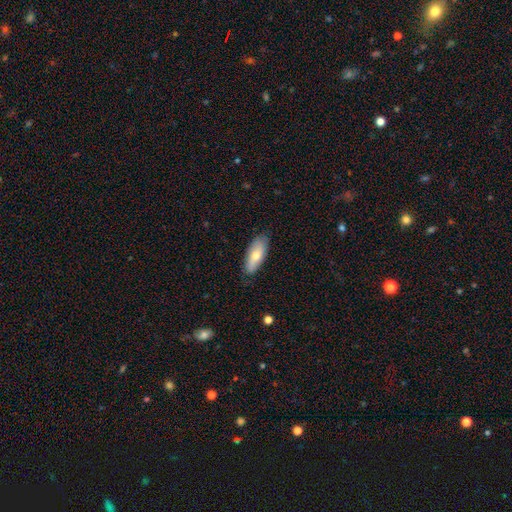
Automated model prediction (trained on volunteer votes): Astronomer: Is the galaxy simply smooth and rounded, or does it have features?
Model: smooth — 67%.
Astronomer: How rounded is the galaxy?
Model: in between — 77%.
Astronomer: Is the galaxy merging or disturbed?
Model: none — 81%.